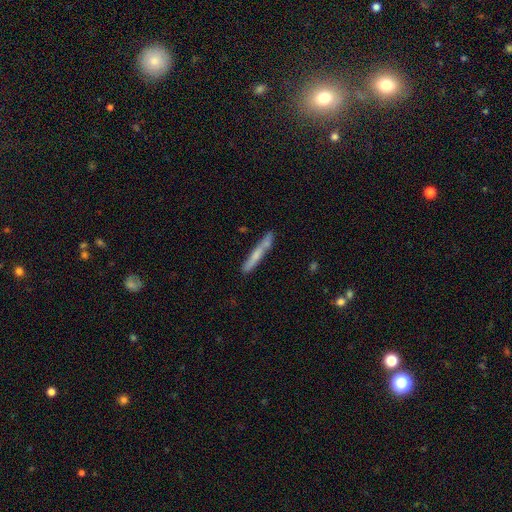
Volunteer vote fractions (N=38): Overall: smooth (58%; featured or disk 42%). How rounded: cigar-shaped (91%). Merging: none (53%; merger 24%).